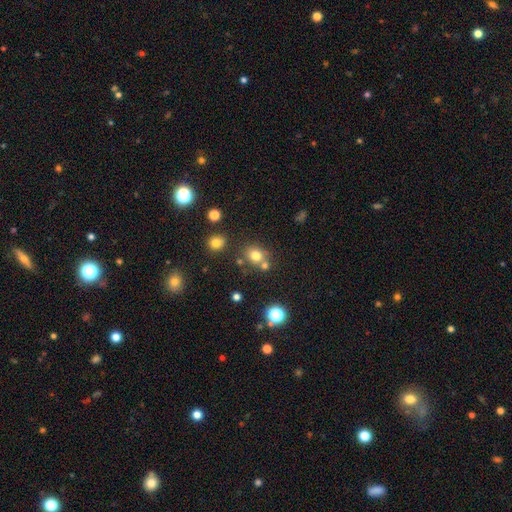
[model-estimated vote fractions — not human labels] Smooth or featured? Predicted: smooth (p=0.75). How rounded? Predicted: round (p=0.71). Merging? Predicted: none (p=0.65).